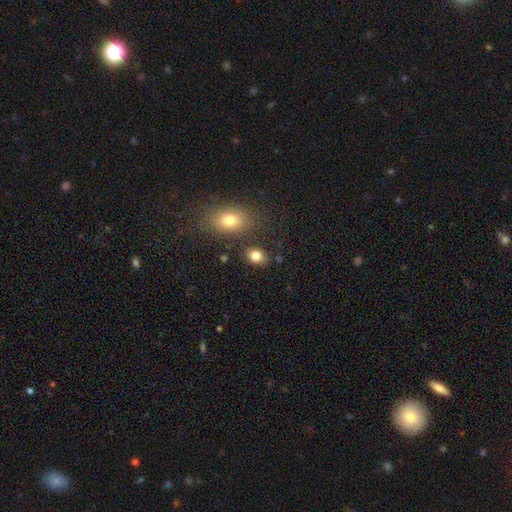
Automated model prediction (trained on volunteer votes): smooth_or_featured: smooth (p=0.83) [alt: star or artifact p=0.10]
how_rounded: in between (p=0.64) [alt: round p=0.34]
merging: none (p=0.79) [alt: minor disturbance p=0.12]